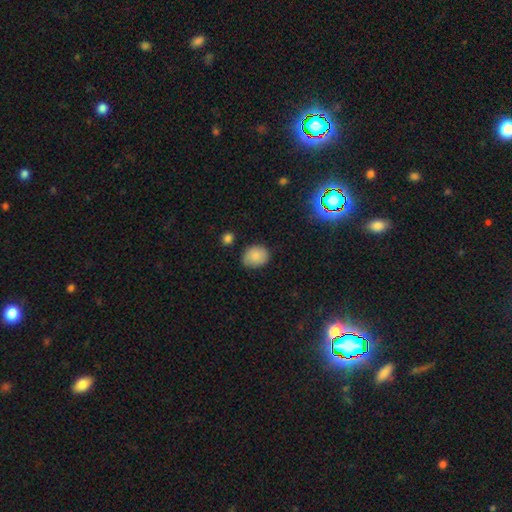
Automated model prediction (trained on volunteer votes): smooth_or_featured: smooth (p=0.84) [alt: star or artifact p=0.09]
how_rounded: round (p=0.53) [alt: in between p=0.47]
merging: none (p=0.69) [alt: minor disturbance p=0.24]